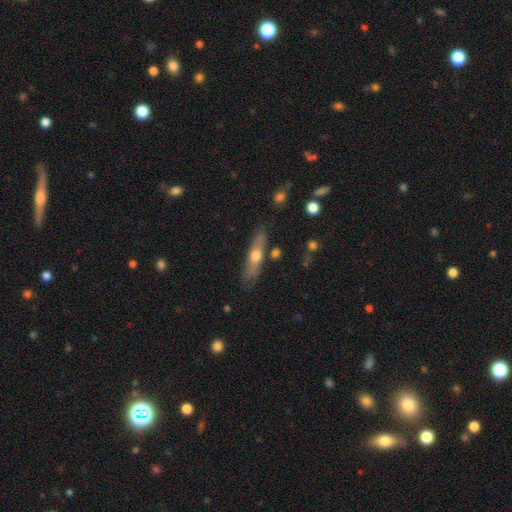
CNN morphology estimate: smooth_or_featured: featured or disk (p=0.48) [alt: smooth p=0.46]
merging: none (p=0.77) [alt: minor disturbance p=0.15]